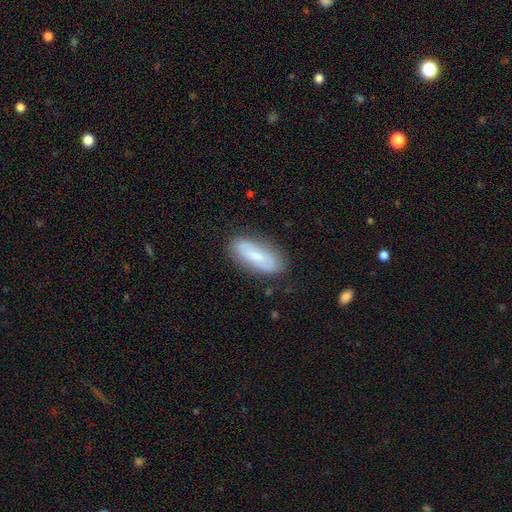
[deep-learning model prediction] Morphology: type=smooth (61%); roundness=in between (73%); merging=none (81%).